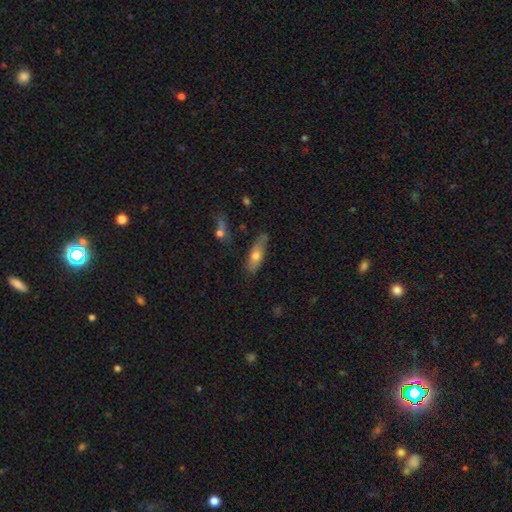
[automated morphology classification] A smooth galaxy with no disk features (62%) that is in between round and cigar-shaped (60%).

Vote fractions:
- Smooth or featured? smooth: 62% / featured or disk: 30% / star or artifact: 7%
- How rounded? in between: 60% / cigar-shaped: 36% / round: 3%
- Merging? none: 72% / minor disturbance: 20% / merger: 4% / major disturbance: 4%